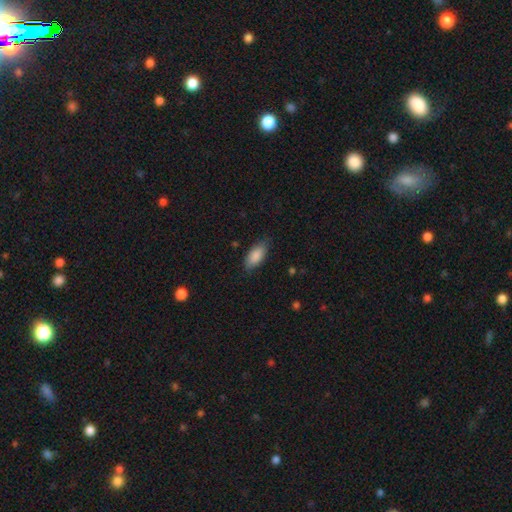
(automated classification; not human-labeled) A smooth galaxy with no disk features (87%) that is in between round and cigar-shaped (87%). Merging: none (79%).